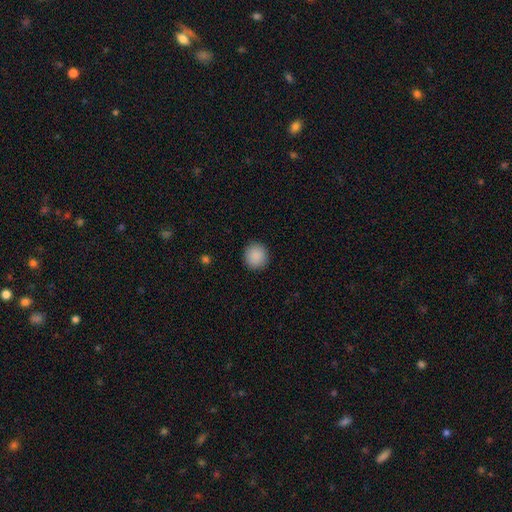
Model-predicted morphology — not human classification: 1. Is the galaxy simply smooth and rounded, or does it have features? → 89% smooth, 8% star or artifact, 3% featured or disk.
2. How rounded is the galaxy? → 92% round, 7% in between, 1% cigar-shaped.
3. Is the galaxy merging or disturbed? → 92% none, 5% minor disturbance, 2% major disturbance, 1% merger.